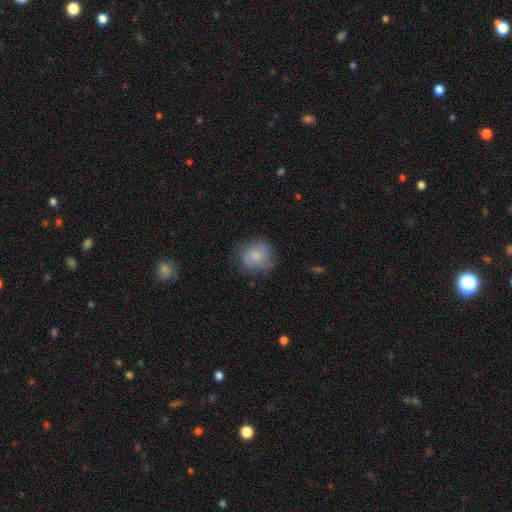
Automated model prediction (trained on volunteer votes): smooth 71%, featured or disk 20%, star or artifact 9%. Down the decision tree: how rounded — round (80%); merging — none (67%).